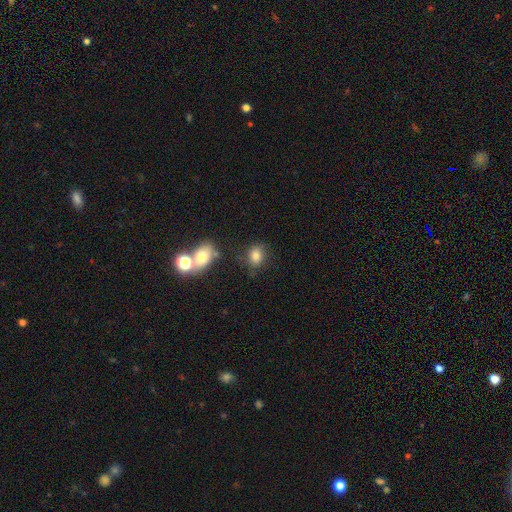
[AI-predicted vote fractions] smooth_or_featured: smooth (p=0.80) [alt: star or artifact p=0.12]
how_rounded: in between (p=0.50) [alt: round p=0.48]
merging: none (p=0.71) [alt: minor disturbance p=0.15]